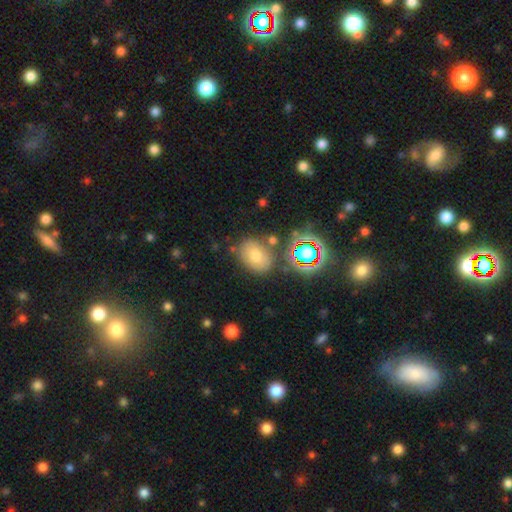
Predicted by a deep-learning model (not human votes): Smooth or featured: smooth — 64% (star or artifact — 20%)
How rounded: in between — 62% (round — 37%)
Merging: none — 73% (minor disturbance — 14%)